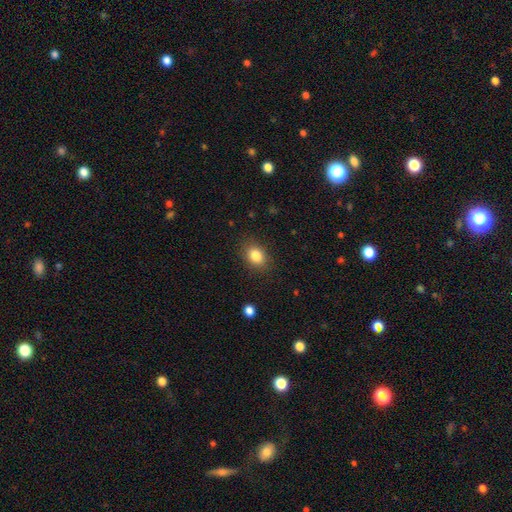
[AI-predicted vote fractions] This appears to be a smooth galaxy with no disk features (84%) that is in between round and cigar-shaped (64%). Merging: none (85%).